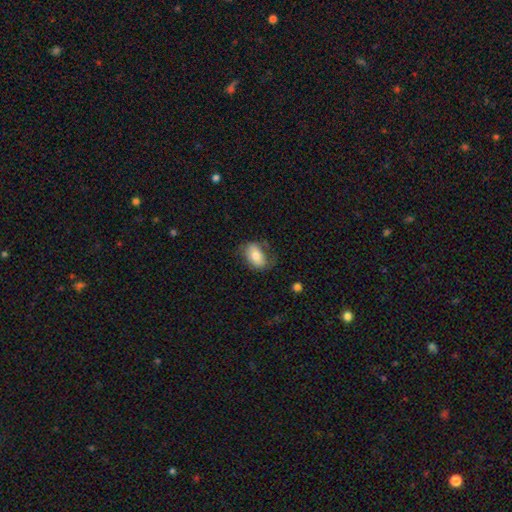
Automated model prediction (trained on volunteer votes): This is likely a smooth galaxy (70%). How rounded: clearly in between (87%). Merging: likely none (63%).